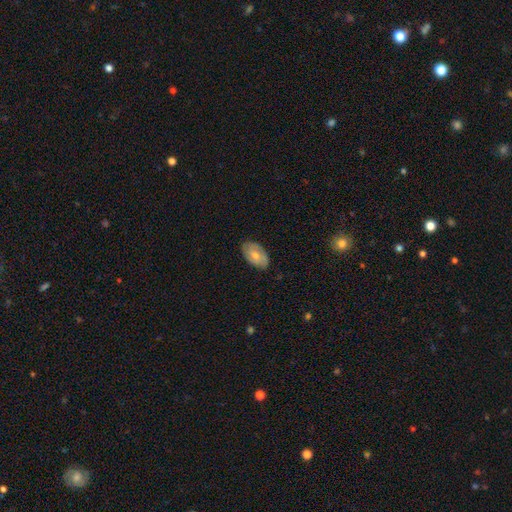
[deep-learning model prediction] Overall: smooth (56%; featured or disk 38%). How rounded: in between (92%). Merging: none (79%).